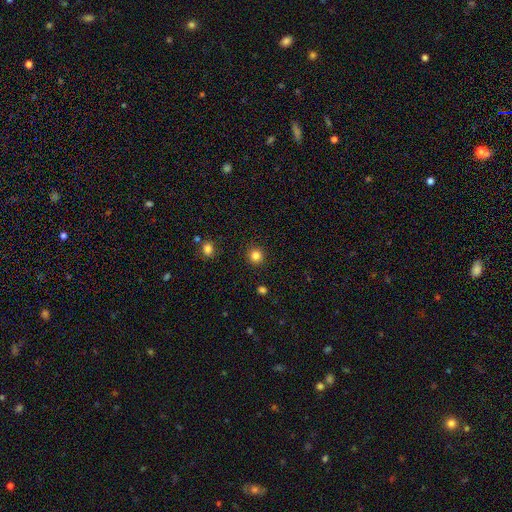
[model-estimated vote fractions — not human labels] Smooth or featured: smooth — 83% (star or artifact — 12%)
How rounded: round — 94% (in between — 5%)
Merging: none — 92% (minor disturbance — 5%)